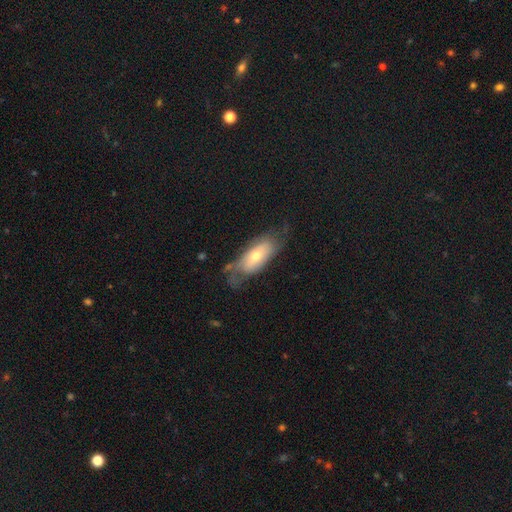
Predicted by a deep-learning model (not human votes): Overall: smooth (47%; featured or disk 46%). Merging: none (50%; minor disturbance 28%).